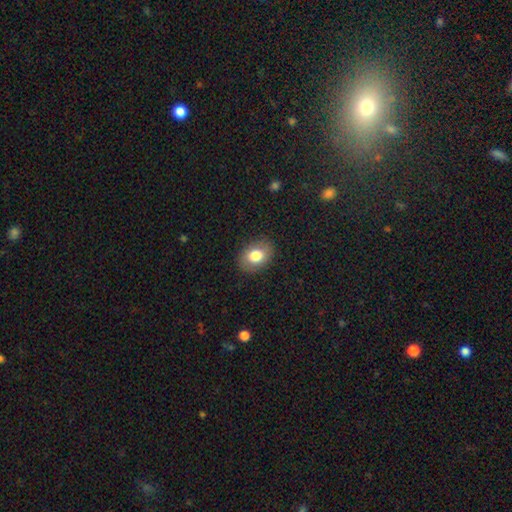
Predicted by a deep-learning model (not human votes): Smooth or featured? smooth (79%)
How rounded? in between (73%)
Merging? none (86%)